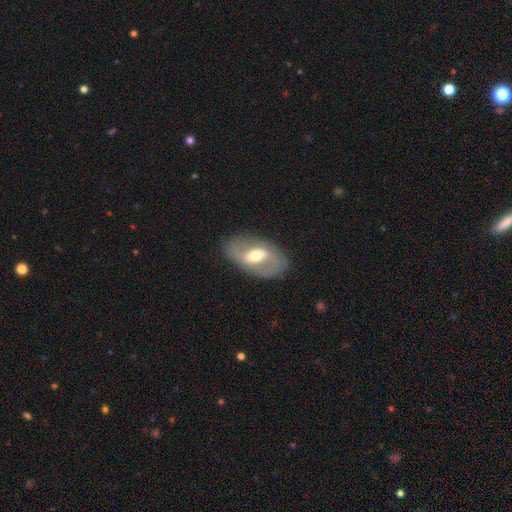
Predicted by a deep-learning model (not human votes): Q: Smooth or featured?
A: featured or disk (73%); runner-up: smooth (21%)
Q: Edge-on disk?
A: no (94%); runner-up: yes (6%)
Q: Bar?
A: weak (46%); runner-up: strong (35%)
Q: Spiral arms?
A: yes (75%); runner-up: no (25%)
Q: Spiral winding?
A: medium (45%); runner-up: loose (36%)
Q: Spiral arm count?
A: 2 (86%); runner-up: can't tell (8%)
Q: Bulge size?
A: moderate (66%); runner-up: small (20%)
Q: Merging?
A: none (82%); runner-up: minor disturbance (12%)